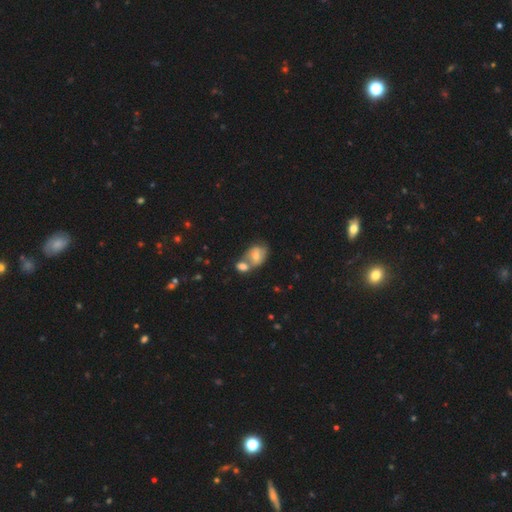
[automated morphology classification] Q: Smooth or featured?
A: smooth (63%); runner-up: featured or disk (28%)
Q: How rounded?
A: in between (70%); runner-up: round (28%)
Q: Merging?
A: merger (58%); runner-up: none (27%)